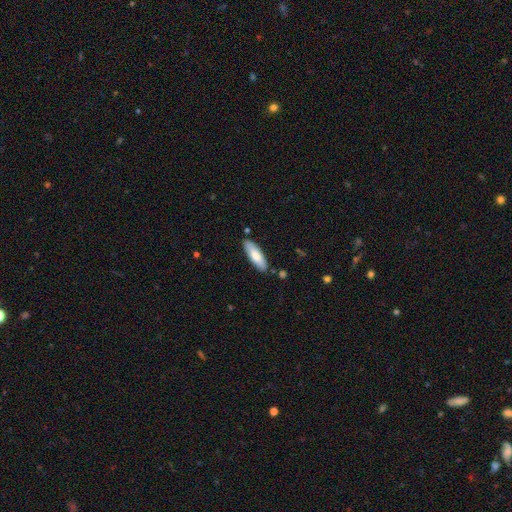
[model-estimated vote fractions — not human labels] smooth 76%, featured or disk 18%, star or artifact 5%. Down the decision tree: how rounded — in between (55%); merging — none (85%).